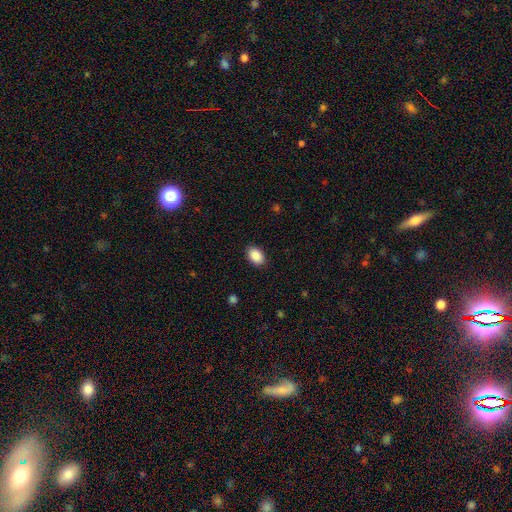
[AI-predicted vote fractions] Smooth or featured: smooth — 90% (star or artifact — 7%)
How rounded: in between — 85% (round — 14%)
Merging: none — 89% (minor disturbance — 8%)